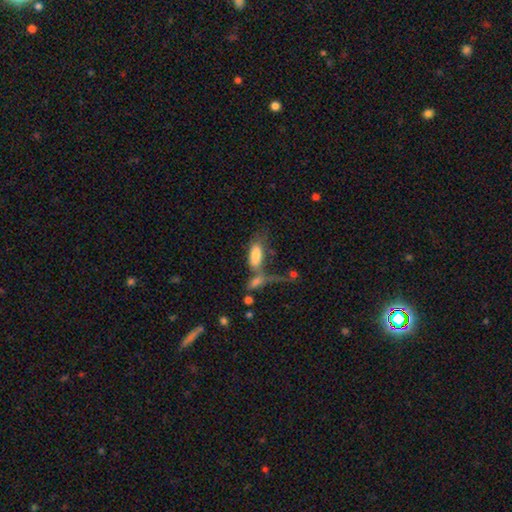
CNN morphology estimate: Smooth or featured?
  - smooth: 77% *
  - featured or disk: 15%
  - star or artifact: 8%
How rounded?
  - in between: 85% *
  - cigar-shaped: 13%
  - round: 3%
Merging?
  - merger: 46% *
  - none: 26%
  - major disturbance: 15%
  - minor disturbance: 13%